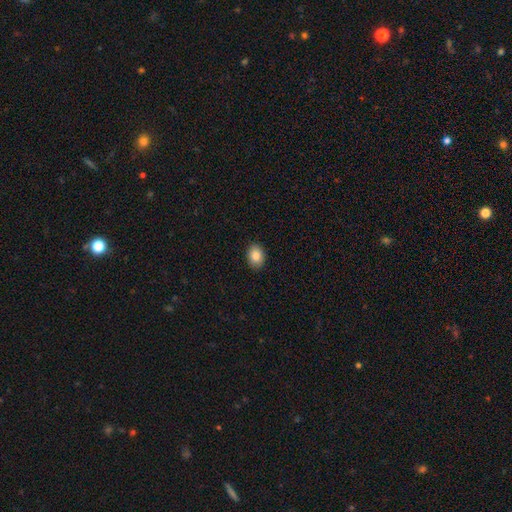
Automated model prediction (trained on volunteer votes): Q: Smooth or featured?
A: smooth (86%); runner-up: star or artifact (8%)
Q: How rounded?
A: in between (73%); runner-up: round (26%)
Q: Merging?
A: none (90%); runner-up: minor disturbance (7%)